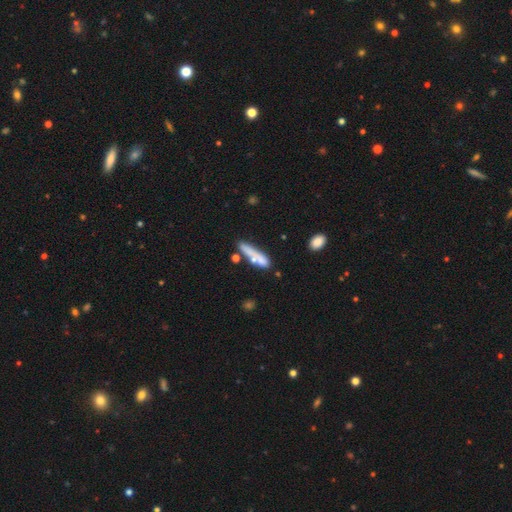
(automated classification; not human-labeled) Morphology: type=smooth (62%); roundness=cigar-shaped (77%); merging=none (49%).